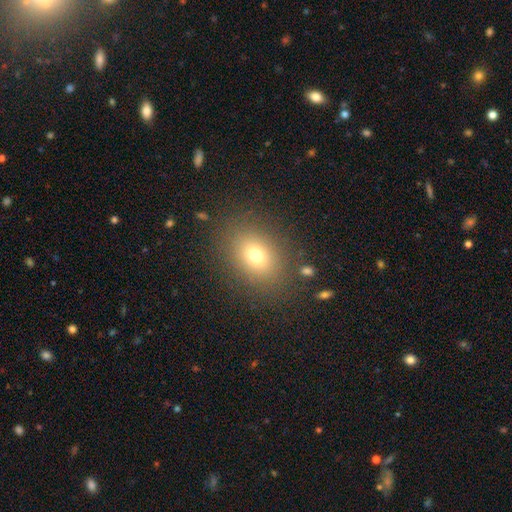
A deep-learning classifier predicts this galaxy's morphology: Smooth or featured: smooth — 72% (star or artifact — 15%)
How rounded: in between — 64% (round — 35%)
Merging: none — 85% (minor disturbance — 9%)